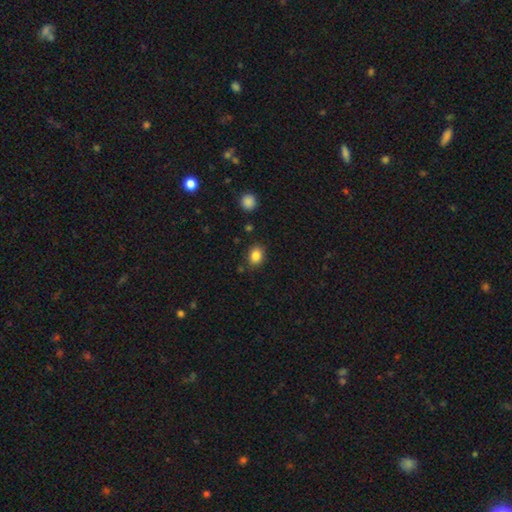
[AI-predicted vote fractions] smooth 85%, star or artifact 10%, featured or disk 5%. Down the decision tree: how rounded — round (51%); merging — none (82%).